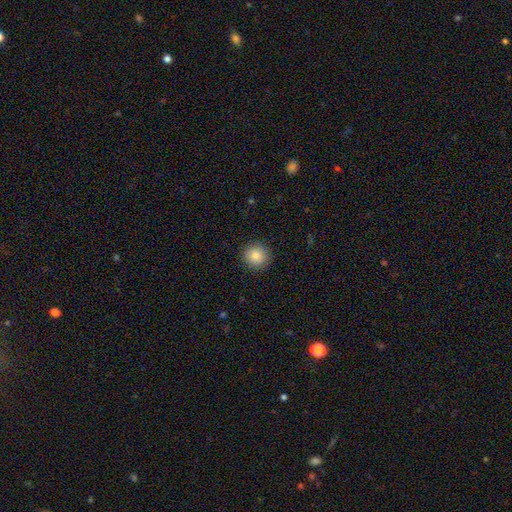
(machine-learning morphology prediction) Overall: smooth (86%). How rounded: round (94%). Merging: none (92%).